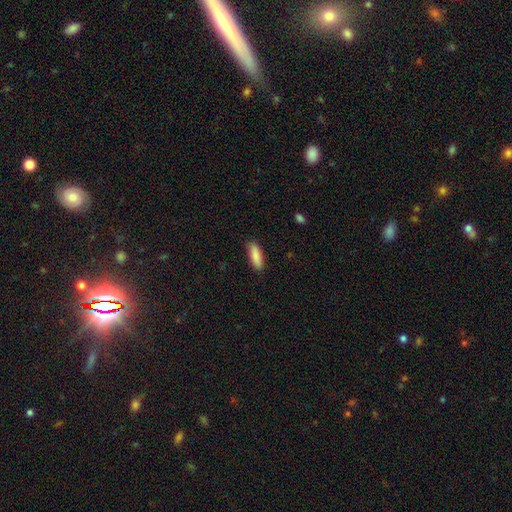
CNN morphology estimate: Smooth or featured? Predicted: smooth (p=0.88). How rounded? Predicted: in between (p=0.55). Merging? Predicted: none (p=0.86).